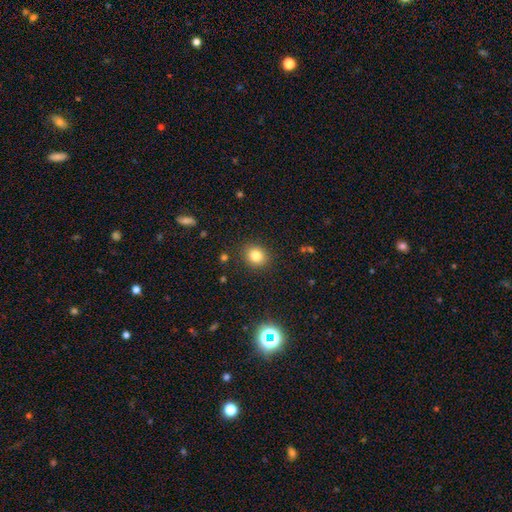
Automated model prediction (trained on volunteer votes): This appears to be a smooth galaxy with no disk features (81%) that is round (73%). Merging: none (89%).